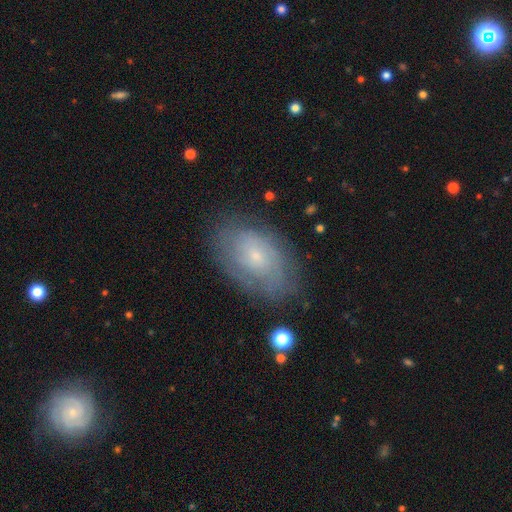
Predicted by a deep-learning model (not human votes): A featured or disk galaxy (63%) with no bar (75%), spiral arms (82%) and a small central bulge (76%).

Vote fractions:
- Smooth or featured? featured or disk: 63% / smooth: 29% / star or artifact: 8%
- Edge-on disk? no: 95% / yes: 5%
- Bar? no: 75% / weak: 22% / strong: 3%
- Spiral arms? yes: 82% / no: 18%
- Bulge size? small: 76% / moderate: 18% / none: 3% / large: 1% / dominant: 1%
- Merging? none: 75% / minor disturbance: 18% / major disturbance: 6% / merger: 2%